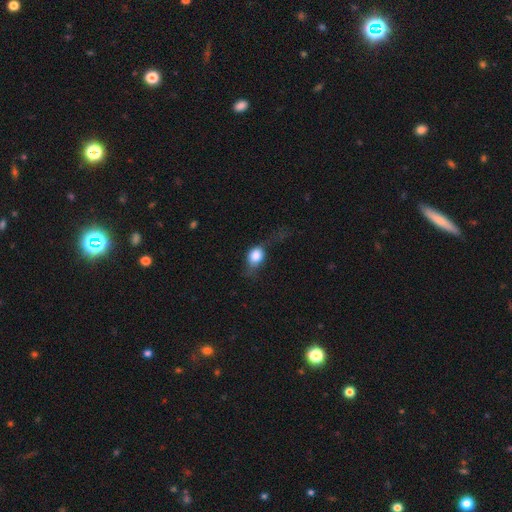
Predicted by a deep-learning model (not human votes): Morphology: type=smooth (72%); roundness=round (54%); merging=major disturbance (37%).